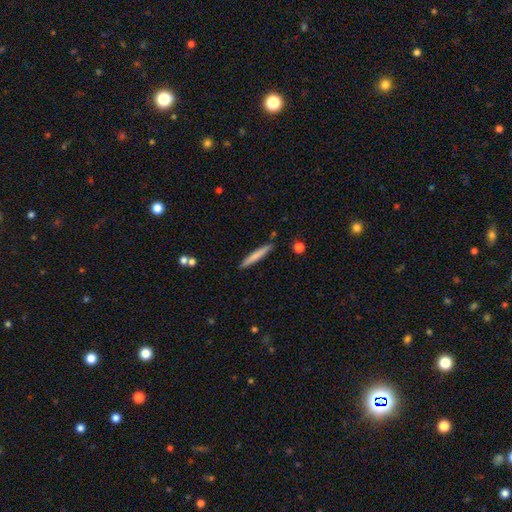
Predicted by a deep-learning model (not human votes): smooth_or_featured: smooth (p=0.73) [alt: featured or disk p=0.22]
how_rounded: cigar-shaped (p=0.96) [alt: in between p=0.03]
merging: none (p=0.89) [alt: minor disturbance p=0.08]